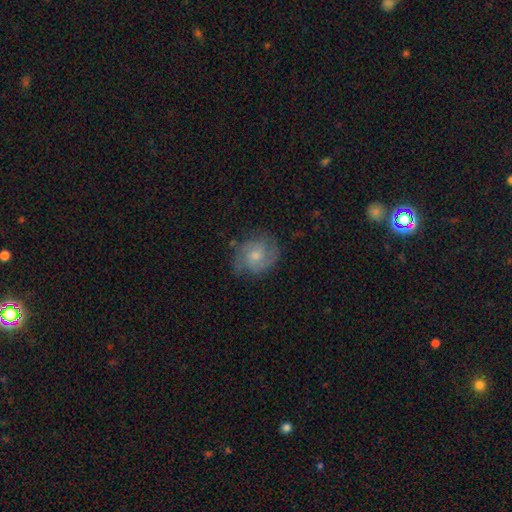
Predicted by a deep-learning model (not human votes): smooth-or-featured: featured or disk: 63% | smooth: 30% | star or artifact: 7%
  disk-edge-on: no: 97% | yes: 3%
    bar: no: 67% | weak: 30% | strong: 4%
    has-spiral-arms: yes: 89% | no: 11%
      spiral-winding: medium: 45% | tight: 40% | loose: 15%
      spiral-arm-count: 2: 58% | can't tell: 19% | 3: 13% | 1: 4% | 4: 3% | more than 4: 3%
    bulge-size: moderate: 48% | small: 42% | none: 5% | large: 3% | dominant: 1%
  merging: none: 70% | minor disturbance: 21% | major disturbance: 8% | merger: 1%